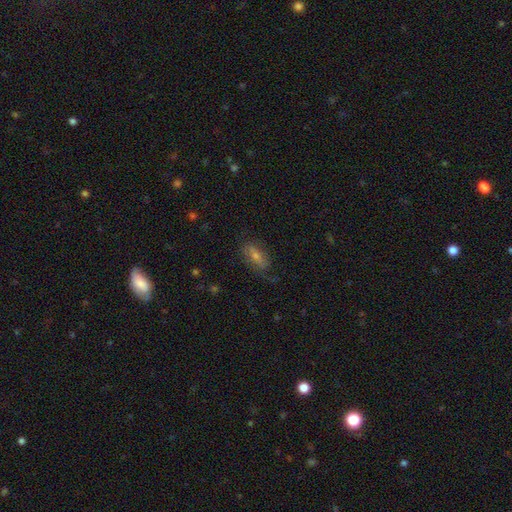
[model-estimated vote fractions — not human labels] Q: Smooth or featured?
A: featured or disk (44%); runner-up: smooth (42%)
Q: Merging?
A: none (67%); runner-up: minor disturbance (21%)